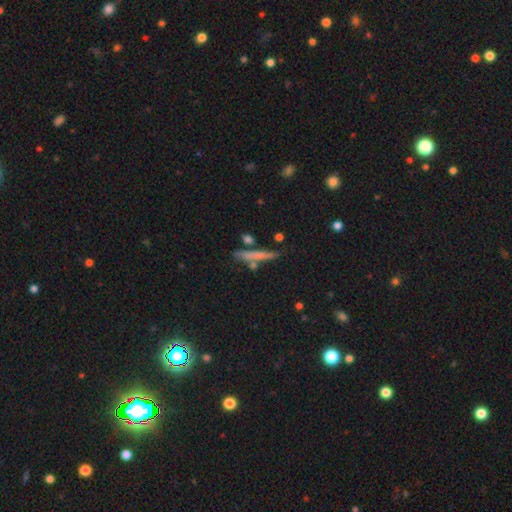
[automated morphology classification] Smooth or featured: smooth — 54% (featured or disk — 36%)
How rounded: cigar-shaped — 92% (in between — 5%)
Merging: none — 74% (minor disturbance — 12%)